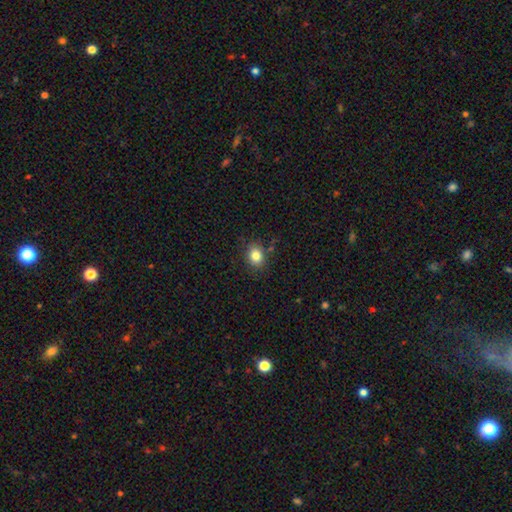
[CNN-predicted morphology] A smooth galaxy with no disk features (83%) that is round (58%). Merging: none (83%).